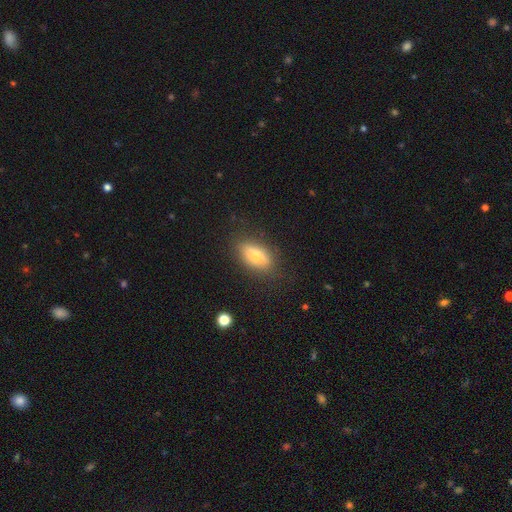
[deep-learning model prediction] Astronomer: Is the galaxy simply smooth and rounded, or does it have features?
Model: smooth — 76%.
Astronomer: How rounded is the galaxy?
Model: in between — 84%.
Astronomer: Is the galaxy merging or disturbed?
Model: none — 79%.